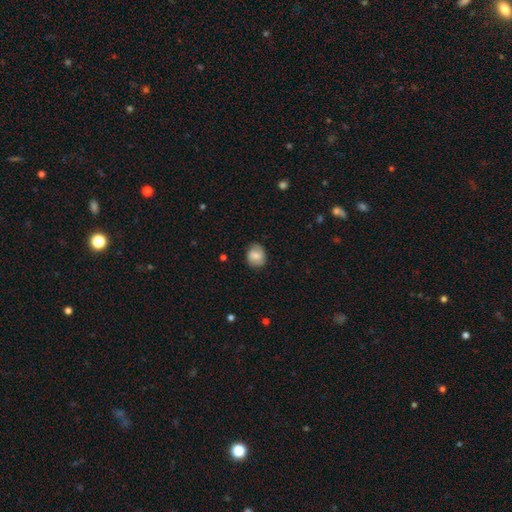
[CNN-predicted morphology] Smooth or featured? Predicted: smooth (p=0.72). How rounded? Predicted: round (p=0.64). Merging? Predicted: none (p=0.80).